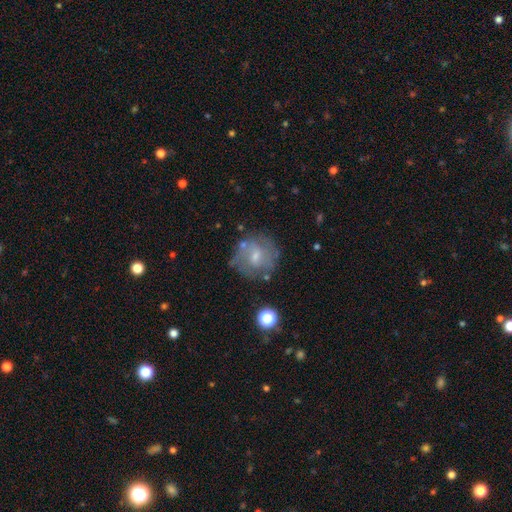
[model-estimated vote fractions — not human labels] A featured or disk galaxy (50%).

Vote fractions:
- Smooth or featured? featured or disk: 50% / smooth: 41% / star or artifact: 9%
- Edge-on disk? no: 96% / yes: 4%
- Merging? none: 64% / minor disturbance: 20% / major disturbance: 10% / merger: 6%